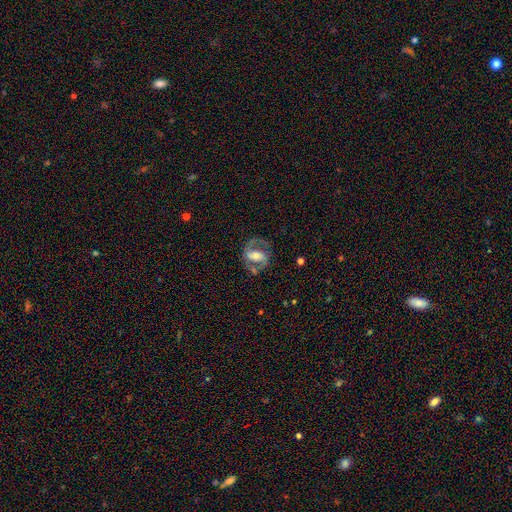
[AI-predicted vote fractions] featured or disk 80%, smooth 14%, star or artifact 6%. Down the decision tree: edge-on disk — no (96%); bar — strong (45%); spiral arms — yes (88%); spiral arm count — 2 (86%); spiral winding — medium (56%); bulge size — moderate (55%); merging — none (67%).